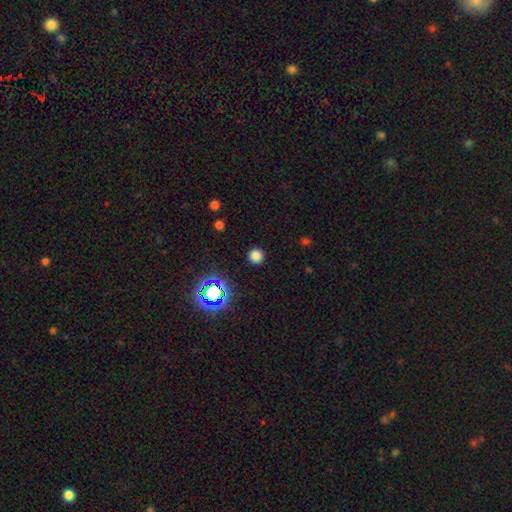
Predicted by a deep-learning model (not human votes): This appears to be a smooth galaxy with no disk features (77%) that is round (95%). Merging: none (91%).